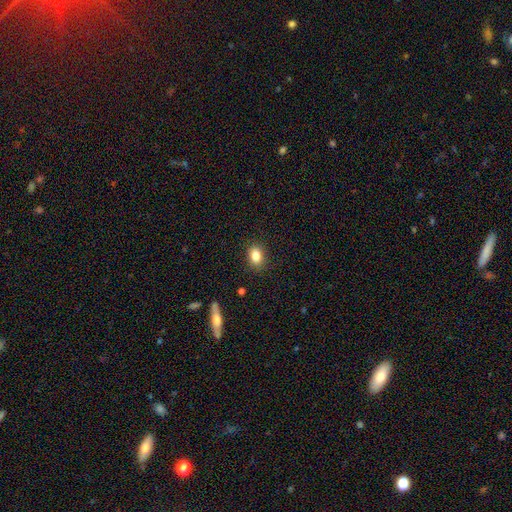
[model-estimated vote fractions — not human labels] smooth-or-featured: smooth: 85% | star or artifact: 9% | featured or disk: 6%
  how-rounded: in between: 73% | round: 25% | cigar-shaped: 2%
  merging: none: 87% | minor disturbance: 10% | major disturbance: 2% | merger: 1%